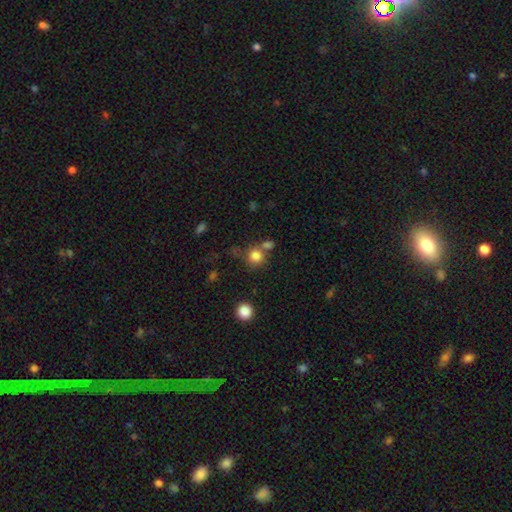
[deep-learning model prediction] The model was most divided on "merging": none: 60%, merger: 24%, minor disturbance: 11%, major disturbance: 5%. More confident: how rounded — round (88%); smooth or featured — smooth (81%).